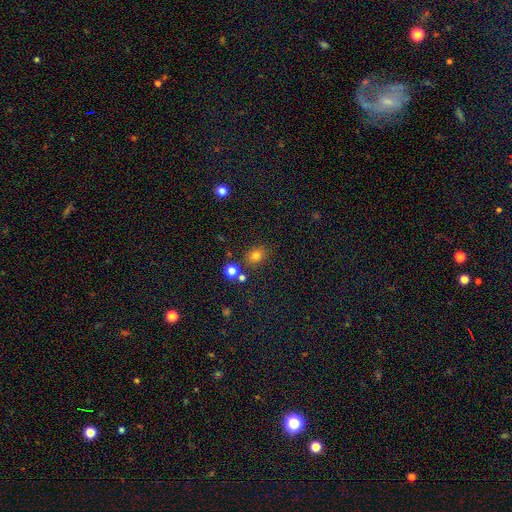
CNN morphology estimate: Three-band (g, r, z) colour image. It shows a smooth galaxy with no disk features (77%) that is round (58%). Merging: none (77%).